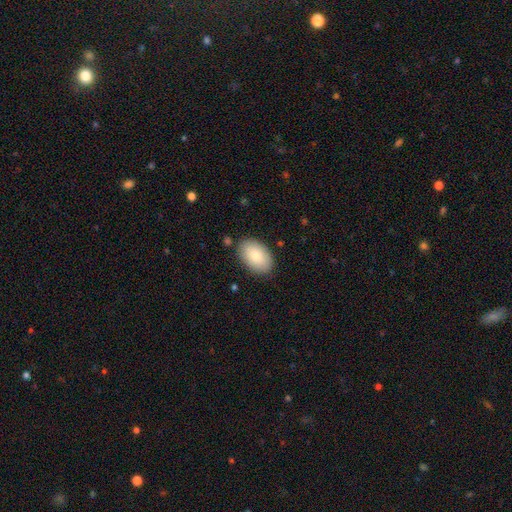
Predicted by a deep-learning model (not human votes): Smooth or featured? Predicted: smooth (p=0.83). How rounded? Predicted: in between (p=0.92). Merging? Predicted: none (p=0.85).